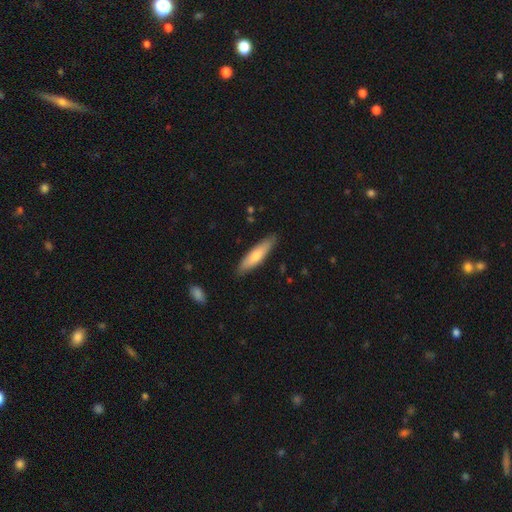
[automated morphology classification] smooth_or_featured: smooth (p=0.68) [alt: featured or disk p=0.27]
how_rounded: cigar-shaped (p=0.72) [alt: in between p=0.27]
merging: none (p=0.86) [alt: minor disturbance p=0.11]